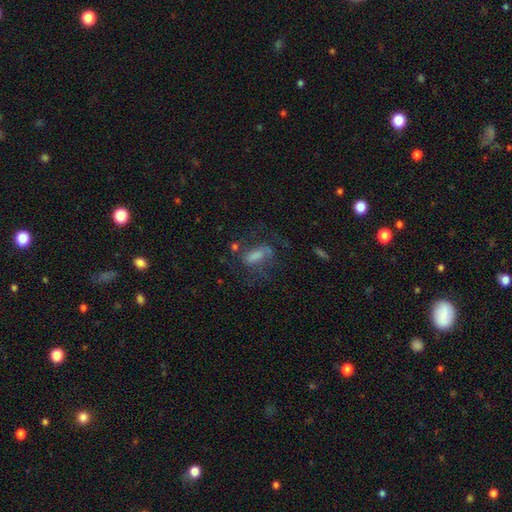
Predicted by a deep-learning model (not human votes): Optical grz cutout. It shows a featured or disk galaxy (47%). Merging: none (53%).